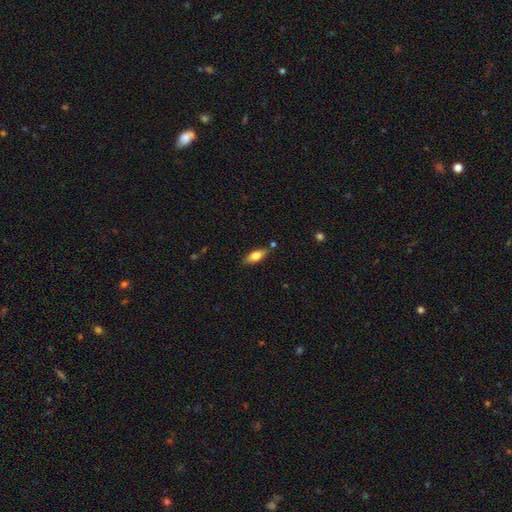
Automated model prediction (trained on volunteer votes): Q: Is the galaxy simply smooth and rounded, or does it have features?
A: smooth — 71%.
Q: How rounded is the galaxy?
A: in between — 72%.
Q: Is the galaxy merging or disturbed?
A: none — 79%.